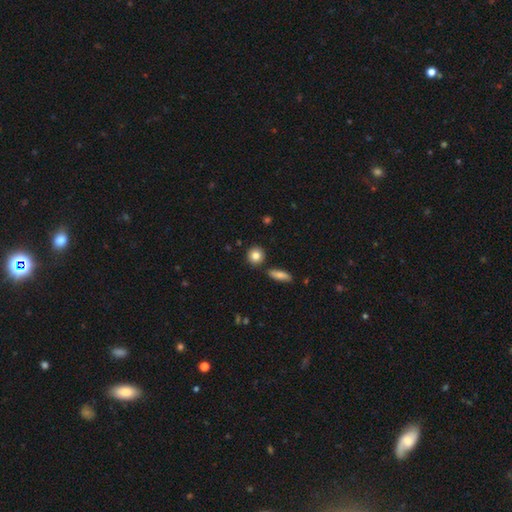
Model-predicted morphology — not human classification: Overall: smooth (83%). How rounded: round (85%). Merging: none (84%).